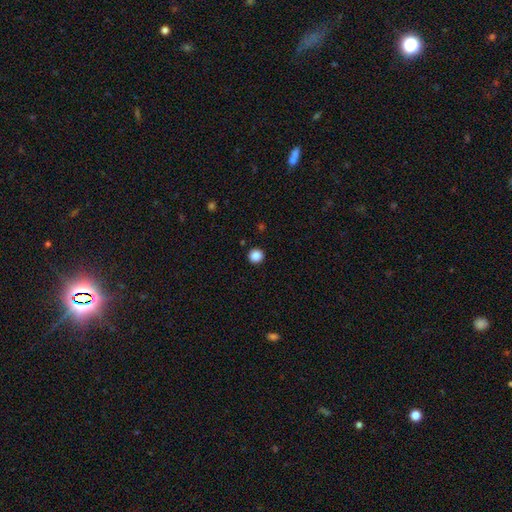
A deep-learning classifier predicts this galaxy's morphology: The model was most divided on "smooth or featured": smooth: 87%, star or artifact: 10%, featured or disk: 3%. More confident: how rounded — round (95%); merging — none (93%).